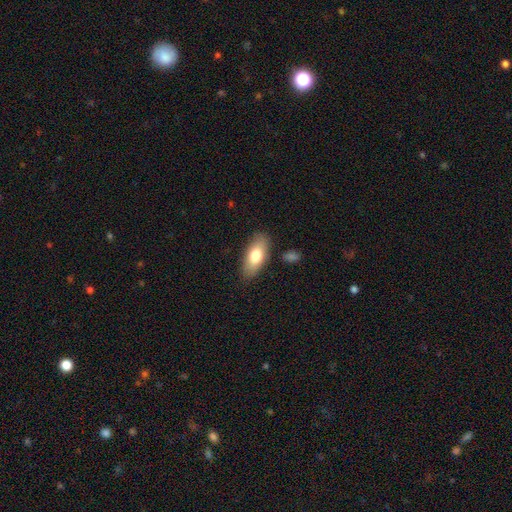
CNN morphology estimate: Overall: smooth (75%). How rounded: in between (84%). Merging: none (83%).